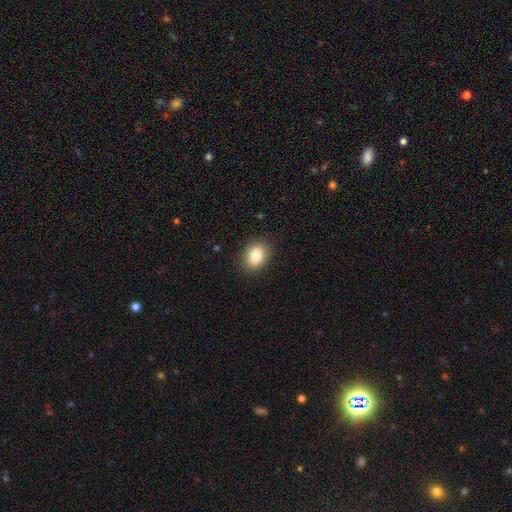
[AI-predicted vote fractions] Q: Smooth or featured?
A: smooth (83%); runner-up: star or artifact (8%)
Q: How rounded?
A: in between (72%); runner-up: round (26%)
Q: Merging?
A: none (88%); runner-up: minor disturbance (9%)